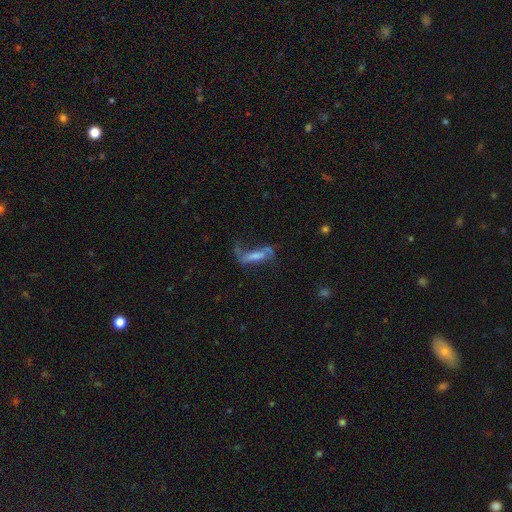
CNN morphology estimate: smooth-or-featured: featured or disk: 49% | smooth: 40% | star or artifact: 11%
  merging: major disturbance: 39% | none: 33% | minor disturbance: 21% | merger: 7%